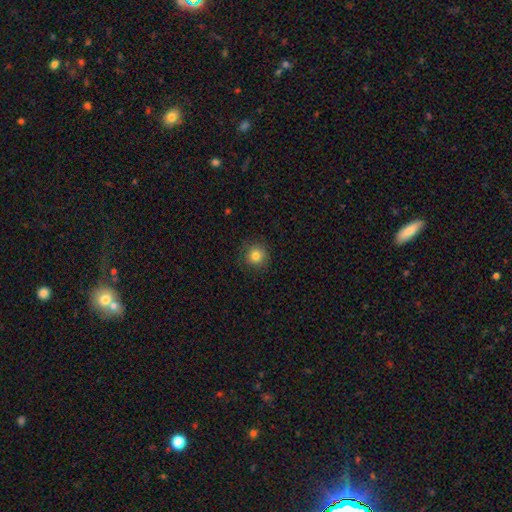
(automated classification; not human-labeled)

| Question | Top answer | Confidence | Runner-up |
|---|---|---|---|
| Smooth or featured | smooth | 80% | star or artifact (12%) |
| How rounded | round | 93% | in between (6%) |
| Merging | none | 86% | minor disturbance (10%) |